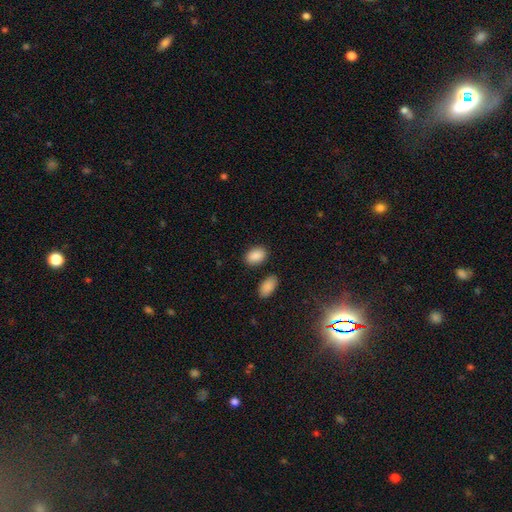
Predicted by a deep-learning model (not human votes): smooth_or_featured: smooth (p=0.89) [alt: star or artifact p=0.07]
how_rounded: in between (p=0.86) [alt: round p=0.13]
merging: none (p=0.83) [alt: minor disturbance p=0.10]